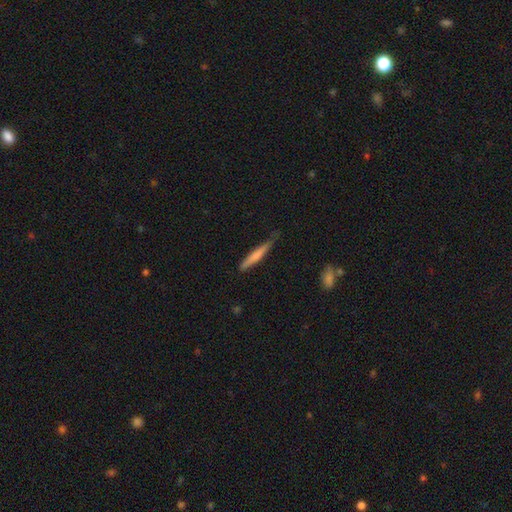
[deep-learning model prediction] smooth_or_featured: smooth (p=0.65) [alt: featured or disk p=0.30]
how_rounded: cigar-shaped (p=0.94) [alt: in between p=0.05]
merging: none (p=0.75) [alt: minor disturbance p=0.20]